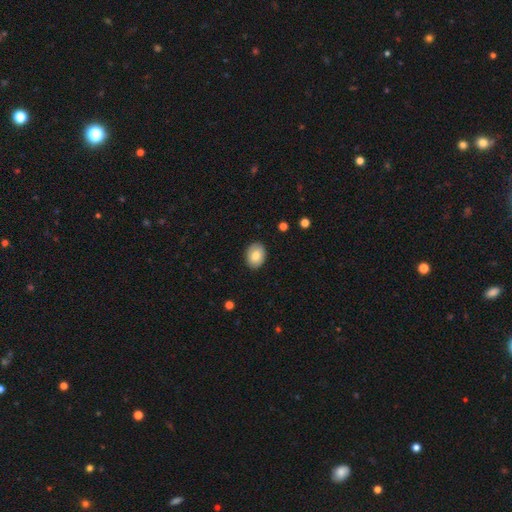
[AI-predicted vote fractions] smooth 82%, featured or disk 11%, star or artifact 7%. Down the decision tree: how rounded — in between (68%); merging — none (89%).